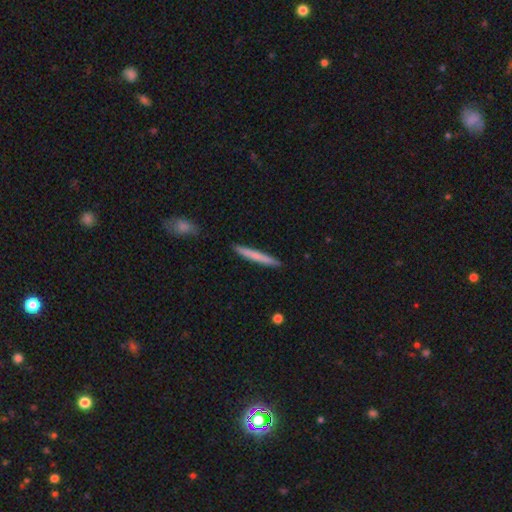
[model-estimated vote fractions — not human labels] Smooth or featured? smooth (70%)
How rounded? cigar-shaped (96%)
Merging? none (91%)